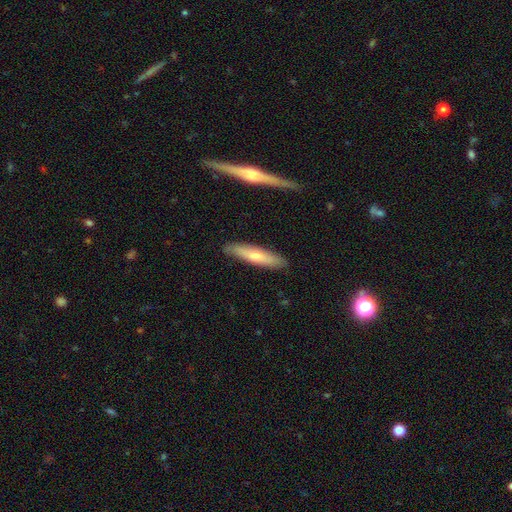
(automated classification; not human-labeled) Smooth or featured?
  - smooth: 58% *
  - featured or disk: 36%
  - star or artifact: 6%
How rounded?
  - cigar-shaped: 79% *
  - in between: 19%
  - round: 2%
Merging?
  - none: 86% *
  - minor disturbance: 10%
  - merger: 2%
  - major disturbance: 2%